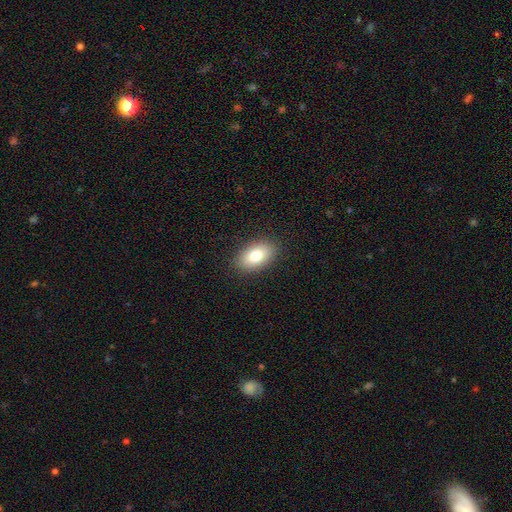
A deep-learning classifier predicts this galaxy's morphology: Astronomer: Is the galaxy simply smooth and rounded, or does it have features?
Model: smooth — 79%.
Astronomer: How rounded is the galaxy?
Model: in between — 91%.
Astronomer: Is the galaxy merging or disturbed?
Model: none — 89%.